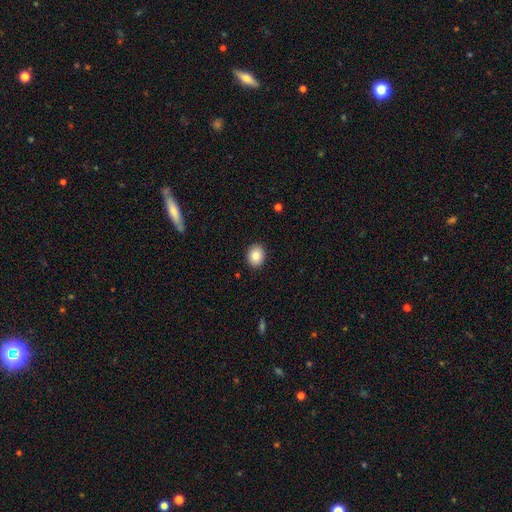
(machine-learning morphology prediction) Overall: smooth (84%). How rounded: round (56%; in between 43%). Merging: none (91%).